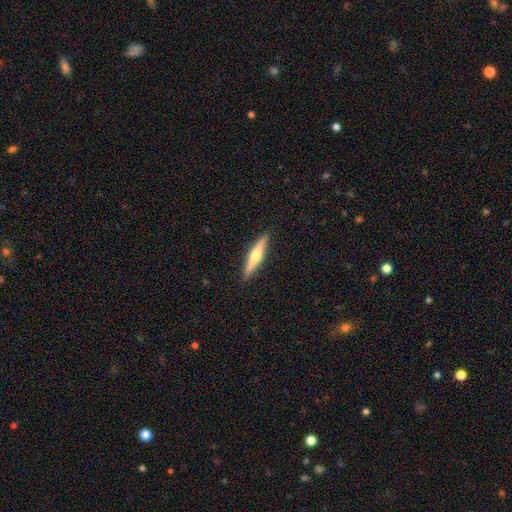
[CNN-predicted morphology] The model was most divided on "smooth or featured": featured or disk: 54%, smooth: 41%, star or artifact: 5%. More confident: edge-on disk — yes (96%); merging — none (91%); edge-on bulge — rounded (89%).